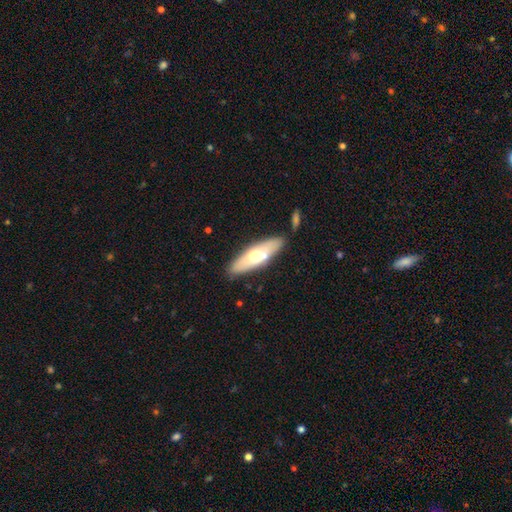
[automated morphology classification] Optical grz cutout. It shows a smooth galaxy with no disk features (52%) that is in between round and cigar-shaped (50%). Merging: none (79%).